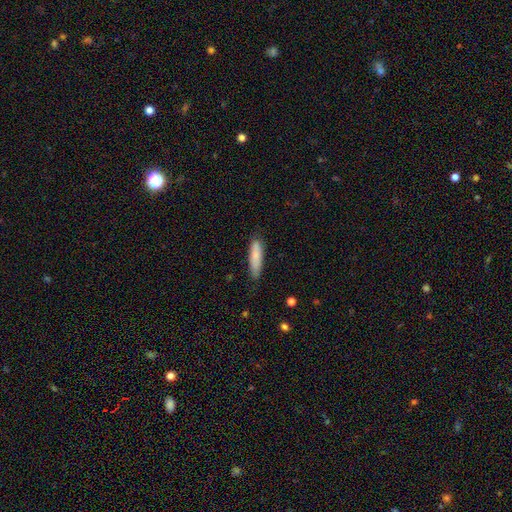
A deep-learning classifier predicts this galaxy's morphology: This is clearly a smooth galaxy (80%). How rounded: likely cigar-shaped (71%). Merging: likely none (76%).